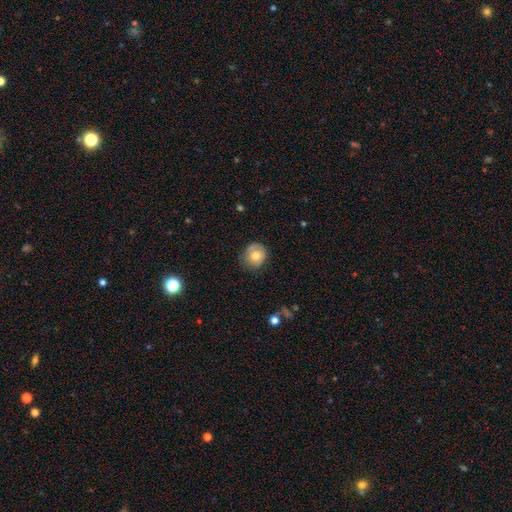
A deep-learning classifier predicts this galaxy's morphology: Smooth or featured: smooth — 71% (featured or disk — 20%)
How rounded: round — 82% (in between — 17%)
Merging: none — 71% (minor disturbance — 22%)